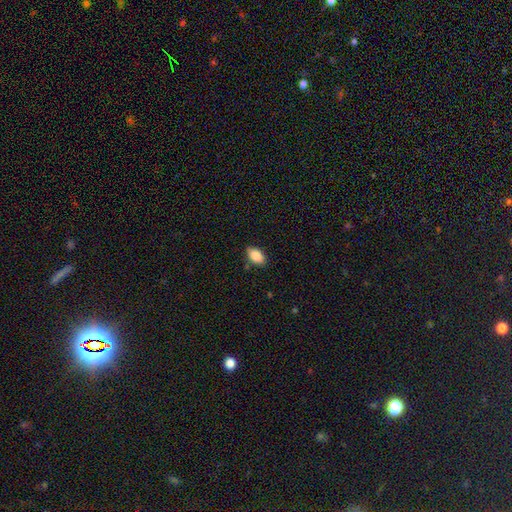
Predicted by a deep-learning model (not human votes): A smooth galaxy with no disk features (87%) that is in between round and cigar-shaped (92%).

Vote fractions:
- Smooth or featured? smooth: 87% / star or artifact: 7% / featured or disk: 5%
- How rounded? in between: 92% / round: 6% / cigar-shaped: 2%
- Merging? none: 85% / minor disturbance: 12% / major disturbance: 2% / merger: 1%